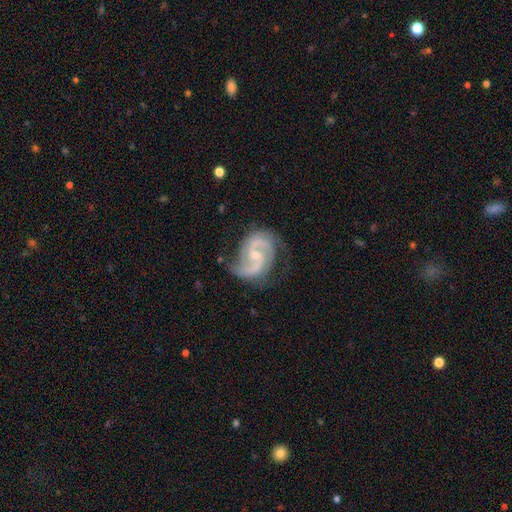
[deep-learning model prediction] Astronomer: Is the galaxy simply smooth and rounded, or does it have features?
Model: featured or disk — 91%.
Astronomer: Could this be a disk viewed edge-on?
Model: no — 98%.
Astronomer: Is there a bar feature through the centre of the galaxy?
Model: no — 44% (runner-up: weak, 43%).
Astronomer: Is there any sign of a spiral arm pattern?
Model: yes — 98%.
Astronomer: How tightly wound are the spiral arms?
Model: medium — 57%.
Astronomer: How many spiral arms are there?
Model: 2 — 89%.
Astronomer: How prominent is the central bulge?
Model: small — 61%.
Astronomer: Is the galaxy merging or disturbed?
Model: none — 70%.